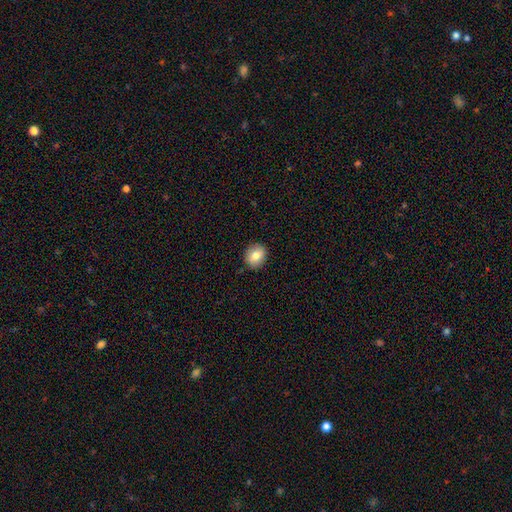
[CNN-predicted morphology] Q: Smooth or featured?
A: smooth (76%); runner-up: featured or disk (16%)
Q: How rounded?
A: round (68%); runner-up: in between (31%)
Q: Merging?
A: none (89%); runner-up: minor disturbance (8%)